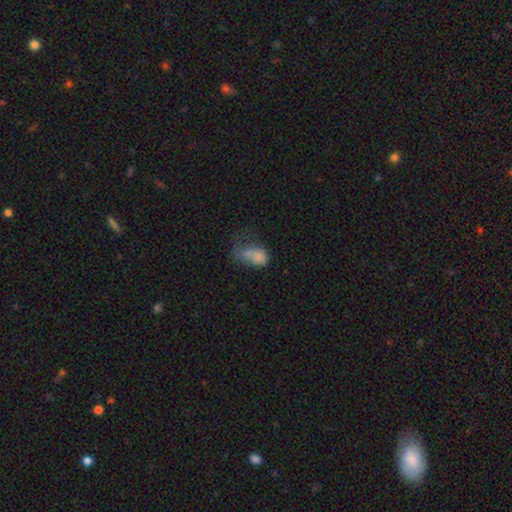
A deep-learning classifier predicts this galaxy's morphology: Overall: smooth (68%). How rounded: in between (82%). Merging: major disturbance (43%; merger 20%).